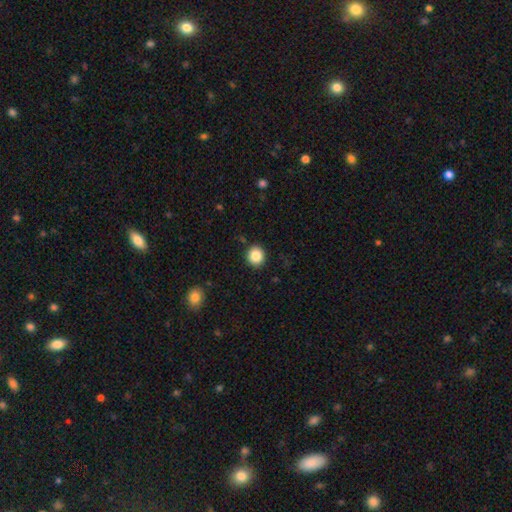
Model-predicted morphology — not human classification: Smooth or featured? smooth (86%)
How rounded? round (86%)
Merging? none (91%)